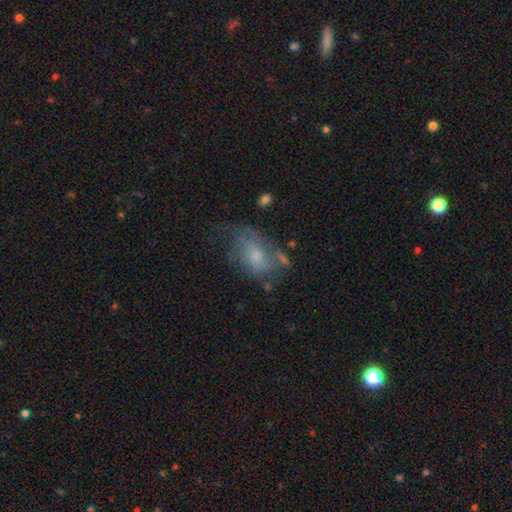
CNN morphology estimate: smooth-or-featured: featured or disk: 47% | smooth: 43% | star or artifact: 10%
  merging: none: 38% | minor disturbance: 28% | major disturbance: 28% | merger: 6%